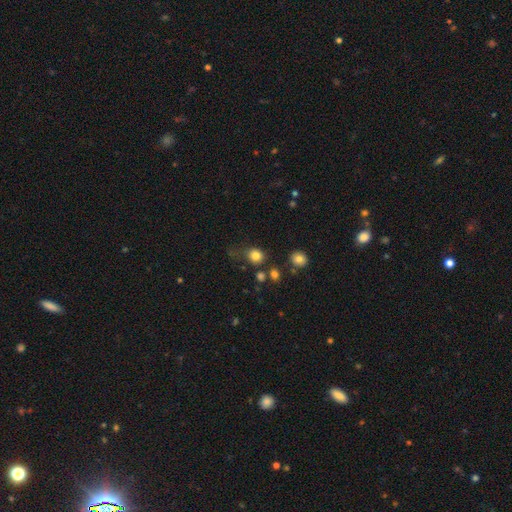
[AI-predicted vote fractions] Smooth or featured: smooth — 80% (star or artifact — 13%)
How rounded: round — 79% (in between — 20%)
Merging: none — 65% (minor disturbance — 19%)